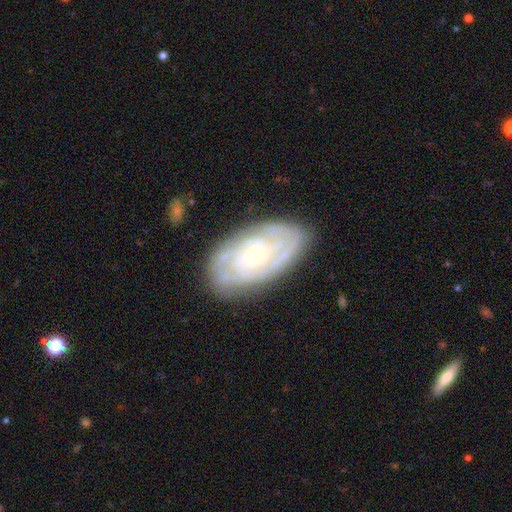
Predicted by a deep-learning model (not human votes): featured or disk 79%, smooth 15%, star or artifact 6%. Down the decision tree: edge-on disk — no (95%); bar — no (74%); spiral arms — yes (90%); spiral arm count — can't tell (45%); spiral winding — tight (74%); bulge size — small (71%); merging — none (79%).